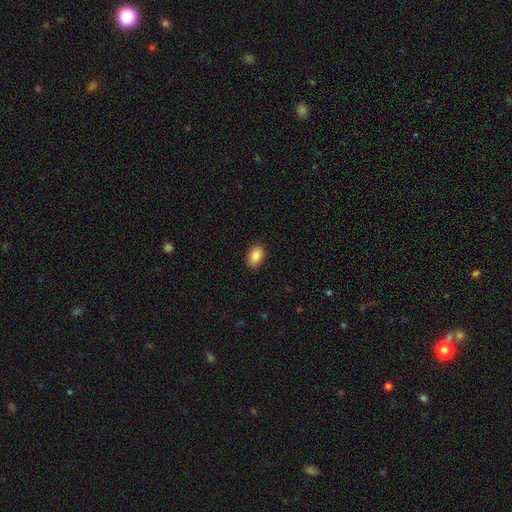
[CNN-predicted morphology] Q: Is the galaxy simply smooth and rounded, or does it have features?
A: smooth — 88%.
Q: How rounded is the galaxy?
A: in between — 90%.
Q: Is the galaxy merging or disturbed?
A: none — 89%.